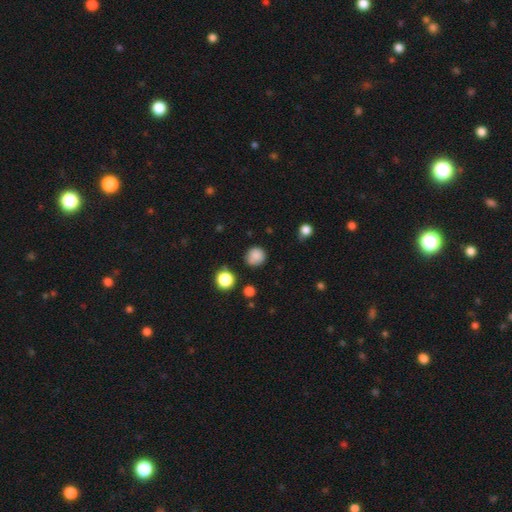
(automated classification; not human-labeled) smooth_or_featured: smooth (p=0.84) [alt: star or artifact p=0.11]
how_rounded: round (p=0.89) [alt: in between p=0.10]
merging: none (p=0.77) [alt: minor disturbance p=0.16]